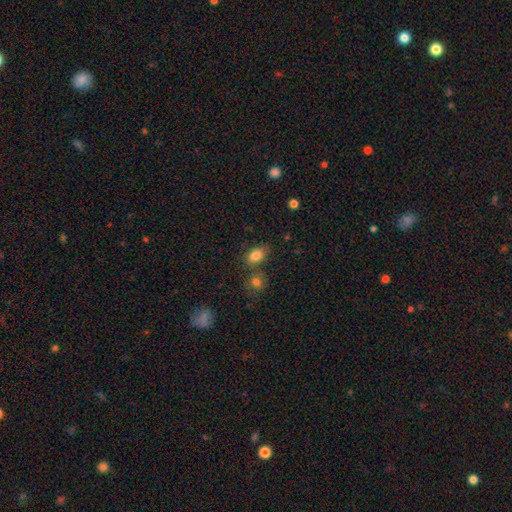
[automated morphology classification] This appears to be a smooth galaxy with no disk features (83%) that is in between round and cigar-shaped (81%). Merging: none (68%).